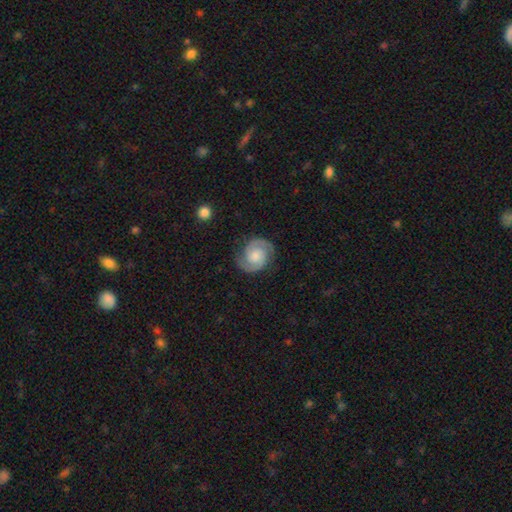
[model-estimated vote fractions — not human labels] Q: Smooth or featured?
A: featured or disk (88%); runner-up: smooth (7%)
Q: Edge-on disk?
A: no (98%); runner-up: yes (2%)
Q: Bar?
A: no (62%); runner-up: weak (32%)
Q: Spiral arms?
A: yes (98%); runner-up: no (2%)
Q: Spiral winding?
A: tight (49%); runner-up: medium (44%)
Q: Spiral arm count?
A: 2 (94%); runner-up: can't tell (2%)
Q: Bulge size?
A: moderate (43%); runner-up: small (25%)
Q: Merging?
A: none (83%); runner-up: minor disturbance (12%)